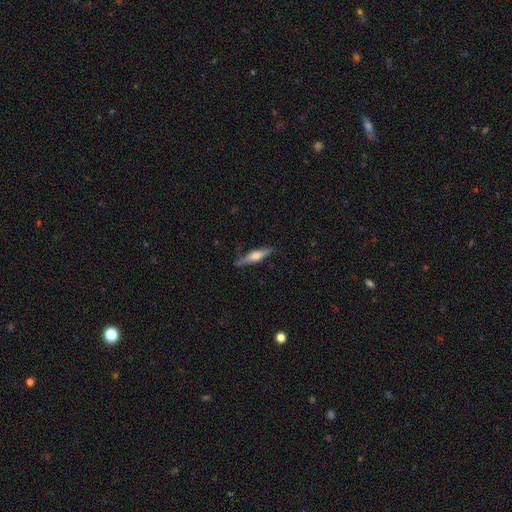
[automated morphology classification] smooth-or-featured: featured or disk: 50% | smooth: 44% | star or artifact: 6%
  merging: none: 78% | minor disturbance: 17% | major disturbance: 3% | merger: 2%